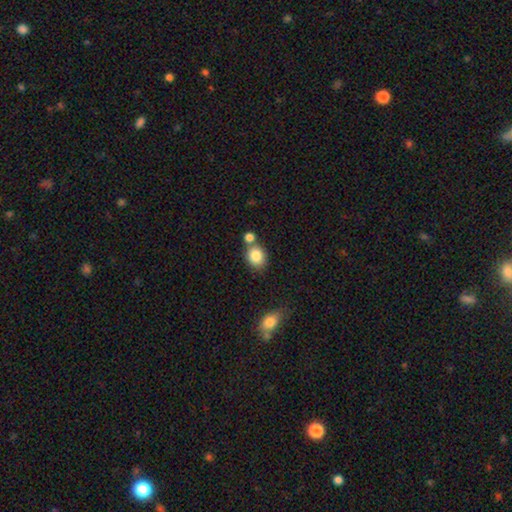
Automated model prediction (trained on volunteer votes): This appears to be a smooth galaxy with no disk features (85%) that is round (60%). Merging: none (57%).